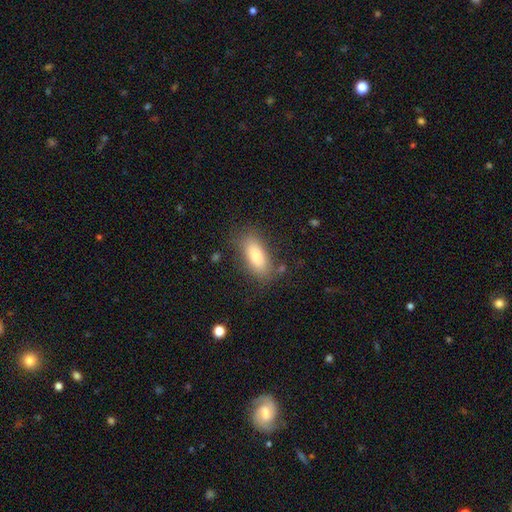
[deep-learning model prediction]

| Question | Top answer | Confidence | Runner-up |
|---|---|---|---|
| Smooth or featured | smooth | 81% | featured or disk (12%) |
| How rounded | in between | 79% | cigar-shaped (19%) |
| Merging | none | 78% | minor disturbance (15%) |